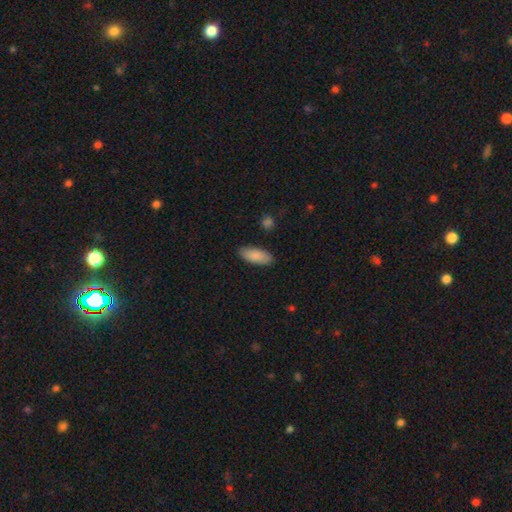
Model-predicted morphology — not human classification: smooth-or-featured: smooth: 88% | featured or disk: 7% | star or artifact: 6%
  how-rounded: in between: 82% | cigar-shaped: 16% | round: 2%
  merging: none: 87% | minor disturbance: 9% | major disturbance: 2% | merger: 1%